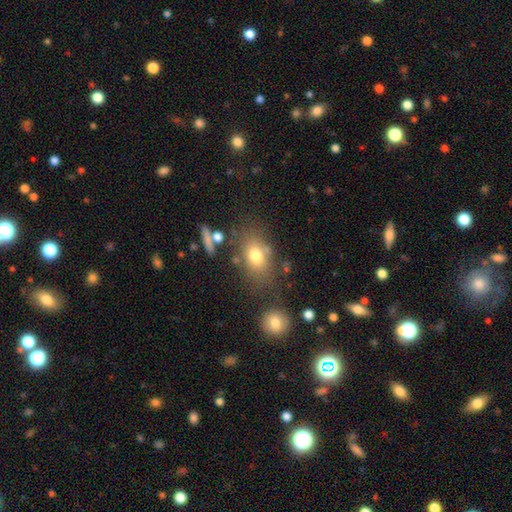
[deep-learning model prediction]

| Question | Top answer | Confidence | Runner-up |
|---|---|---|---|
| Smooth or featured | smooth | 74% | featured or disk (14%) |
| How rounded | in between | 74% | round (24%) |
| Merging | none | 67% | minor disturbance (16%) |